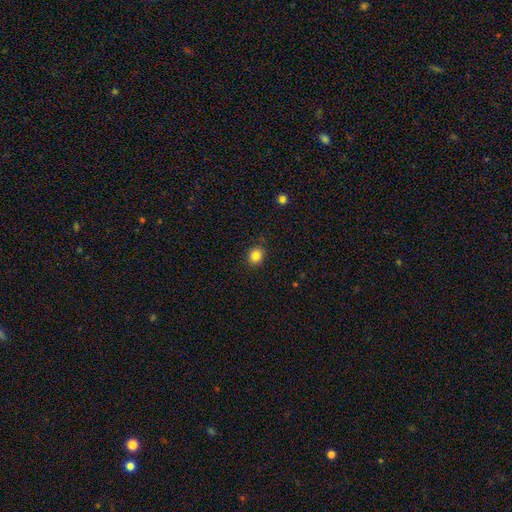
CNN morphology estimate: smooth 83%, star or artifact 11%, featured or disk 6%. Down the decision tree: how rounded — round (75%); merging — none (88%).